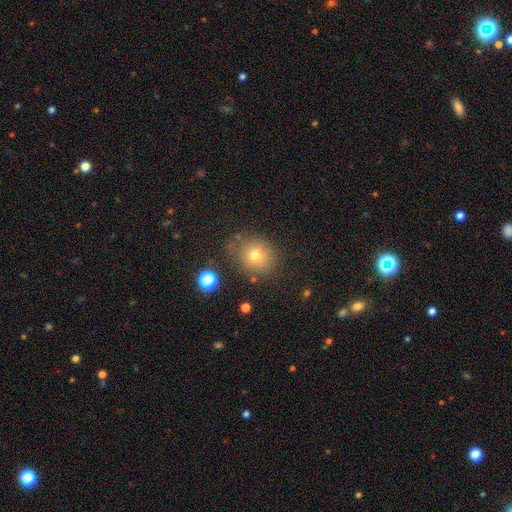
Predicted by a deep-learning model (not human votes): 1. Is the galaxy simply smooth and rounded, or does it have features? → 71% smooth, 16% star or artifact, 13% featured or disk.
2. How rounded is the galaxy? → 74% round, 25% in between, 1% cigar-shaped.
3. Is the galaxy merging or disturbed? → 72% none, 17% minor disturbance, 6% major disturbance, 4% merger.